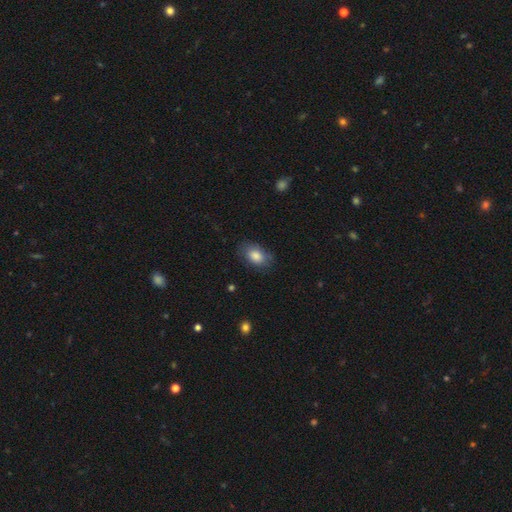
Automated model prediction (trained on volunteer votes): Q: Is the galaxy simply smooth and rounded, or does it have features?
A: smooth — 84%.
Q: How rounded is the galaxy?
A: in between — 85%.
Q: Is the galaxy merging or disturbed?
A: none — 76%.